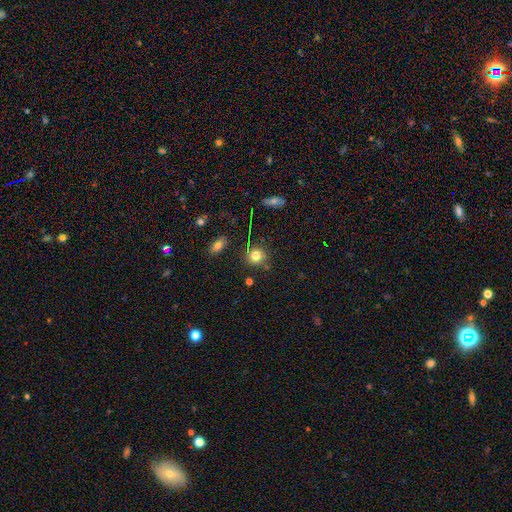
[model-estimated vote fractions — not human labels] The model was most divided on "smooth or featured": smooth: 78%, star or artifact: 14%, featured or disk: 8%. More confident: how rounded — round (87%); merging — none (82%).